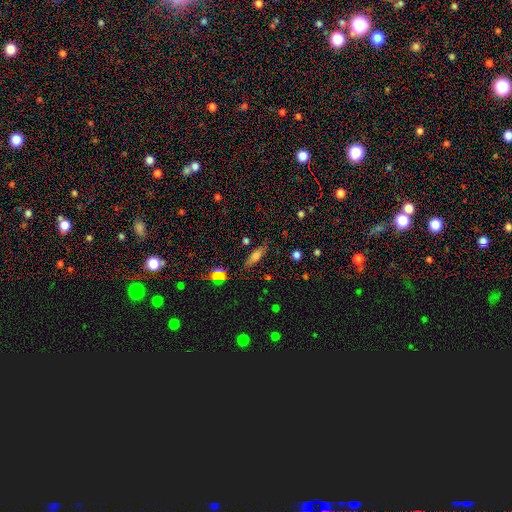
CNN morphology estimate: This appears to be a smooth galaxy with no disk features (67%) that is in between round and cigar-shaped (55%). Merging: none (79%).